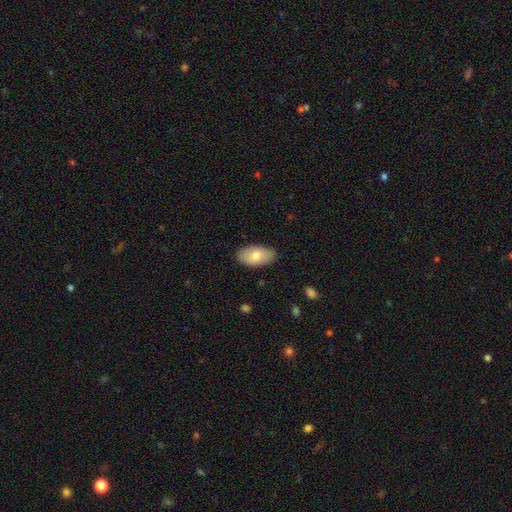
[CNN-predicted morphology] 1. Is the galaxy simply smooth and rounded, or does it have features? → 75% smooth, 19% featured or disk, 6% star or artifact.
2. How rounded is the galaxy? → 94% in between, 4% round, 2% cigar-shaped.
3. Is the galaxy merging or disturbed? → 84% none, 12% minor disturbance, 2% major disturbance, 1% merger.